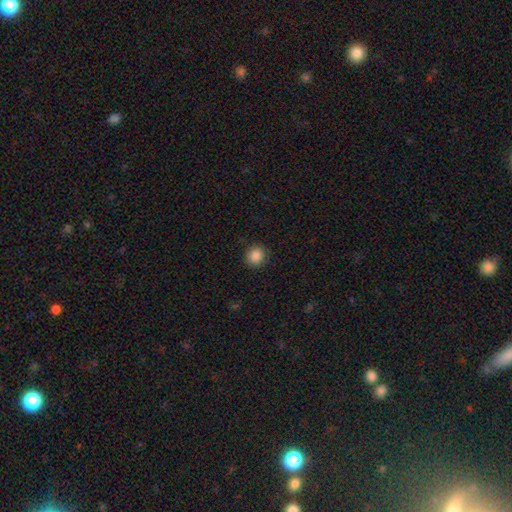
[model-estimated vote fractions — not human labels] Smooth or featured?
  - smooth: 87% *
  - star or artifact: 10%
  - featured or disk: 3%
How rounded?
  - round: 89% *
  - in between: 10%
  - cigar-shaped: 1%
Merging?
  - none: 89% *
  - minor disturbance: 7%
  - major disturbance: 2%
  - merger: 1%